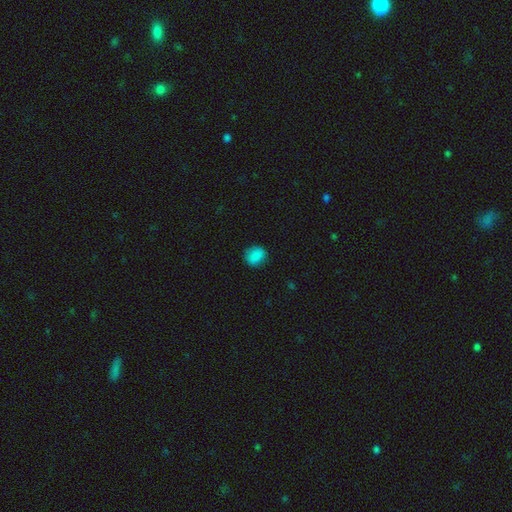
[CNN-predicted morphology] smooth-or-featured: smooth: 86% | star or artifact: 10% | featured or disk: 4%
  how-rounded: round: 71% | in between: 28% | cigar-shaped: 1%
  merging: none: 84% | minor disturbance: 12% | major disturbance: 3% | merger: 1%